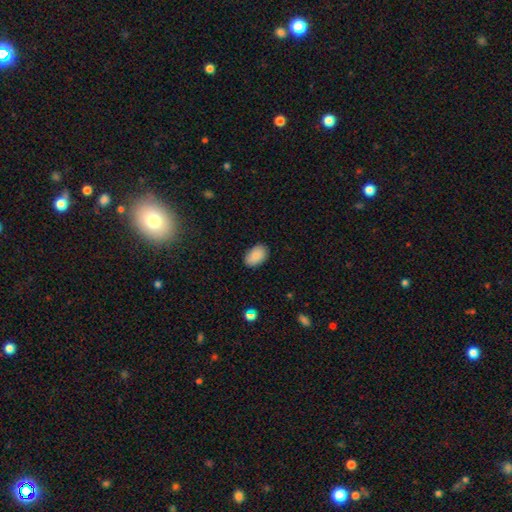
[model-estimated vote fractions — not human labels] A smooth galaxy with no disk features (87%) that is in between round and cigar-shaped (89%). Merging: none (84%).